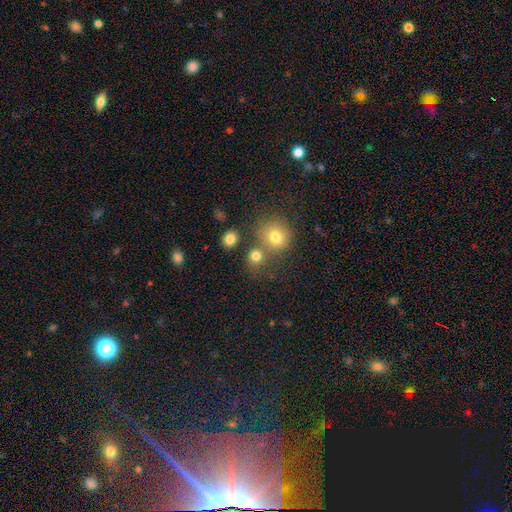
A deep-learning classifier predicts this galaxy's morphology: smooth-or-featured: smooth: 78% | star or artifact: 15% | featured or disk: 8%
  how-rounded: round: 83% | in between: 16% | cigar-shaped: 1%
  merging: none: 60% | merger: 27% | minor disturbance: 9% | major disturbance: 4%